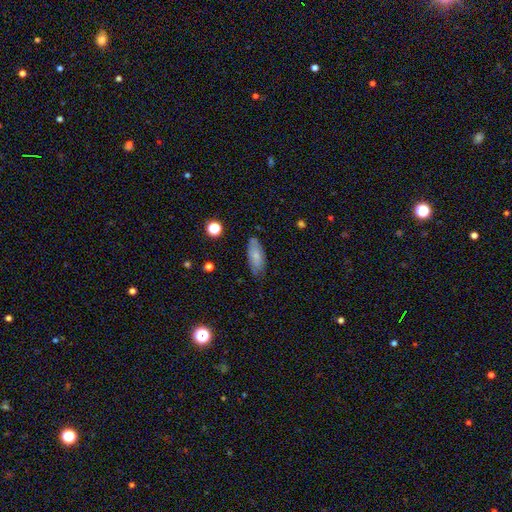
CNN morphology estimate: A smooth galaxy with no disk features (73%) that is in between round and cigar-shaped (83%). Merging: none (75%).